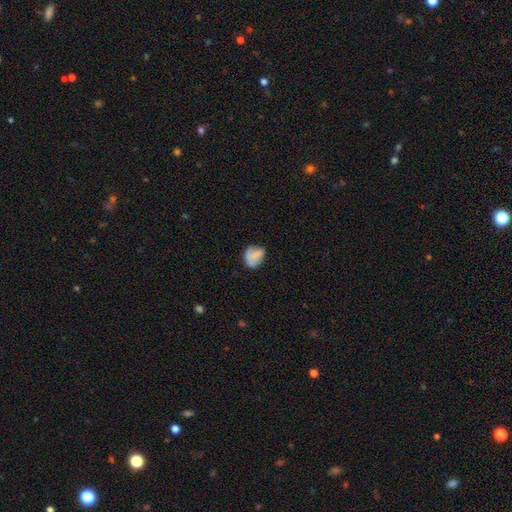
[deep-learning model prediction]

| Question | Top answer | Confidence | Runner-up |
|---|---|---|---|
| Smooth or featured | smooth | 67% | featured or disk (23%) |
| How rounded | in between | 64% | round (35%) |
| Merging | none | 47% | minor disturbance (32%) |